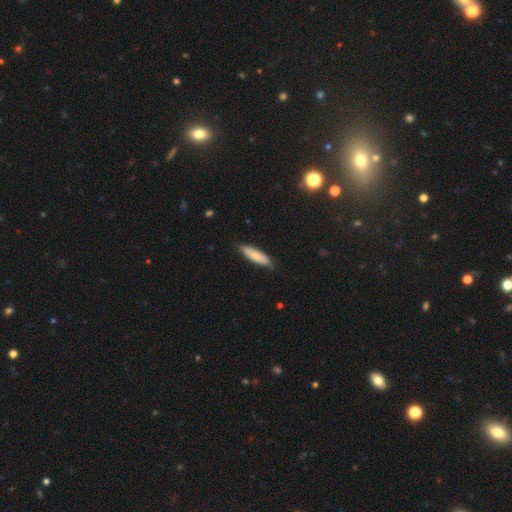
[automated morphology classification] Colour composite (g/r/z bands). It shows a smooth galaxy with no disk features (72%) that is cigar-shaped (59%). Merging: none (81%).